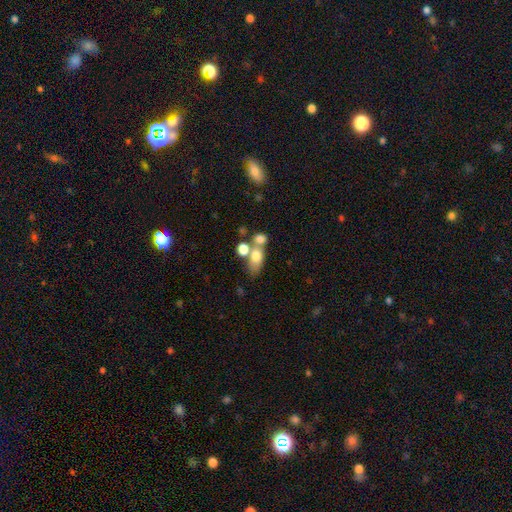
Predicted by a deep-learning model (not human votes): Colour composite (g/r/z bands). It shows a smooth galaxy with no disk features (69%) that is in between round and cigar-shaped (69%). Merging: merger (48%).